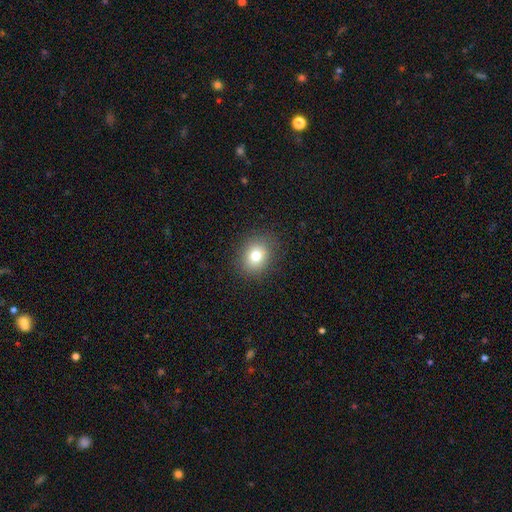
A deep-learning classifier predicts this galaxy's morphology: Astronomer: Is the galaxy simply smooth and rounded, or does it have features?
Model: smooth — 78%.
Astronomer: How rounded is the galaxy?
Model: round — 61% (runner-up: in between, 38%).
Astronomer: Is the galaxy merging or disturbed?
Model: none — 88%.